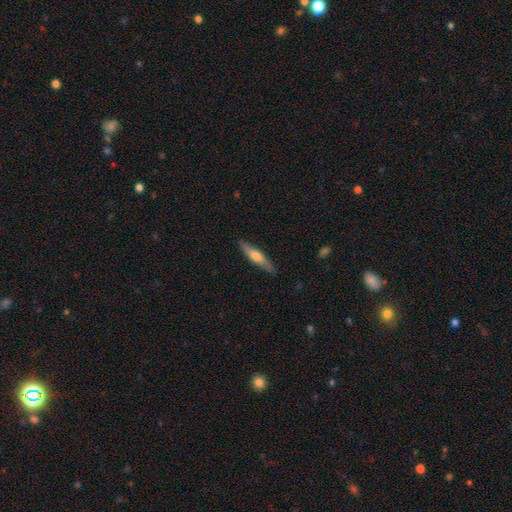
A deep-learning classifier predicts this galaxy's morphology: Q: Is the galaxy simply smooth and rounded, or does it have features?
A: smooth — 53%.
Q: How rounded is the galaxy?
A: cigar-shaped — 86%.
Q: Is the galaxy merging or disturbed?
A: none — 87%.